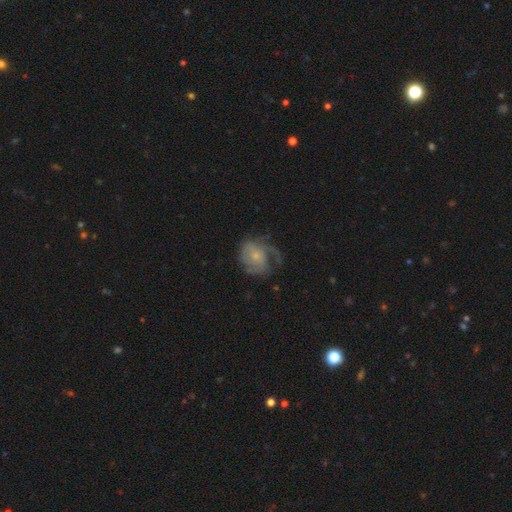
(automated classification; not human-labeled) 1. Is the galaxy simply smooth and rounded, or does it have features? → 59% featured or disk, 33% smooth, 8% star or artifact.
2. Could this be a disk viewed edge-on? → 97% no, 3% yes.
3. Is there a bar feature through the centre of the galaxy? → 76% no, 21% weak, 3% strong.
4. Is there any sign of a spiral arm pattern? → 75% yes, 25% no.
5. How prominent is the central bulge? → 64% small, 27% moderate, 5% none, 2% large, 1% dominant.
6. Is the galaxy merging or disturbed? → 39% none, 36% major disturbance, 24% minor disturbance, 2% merger.